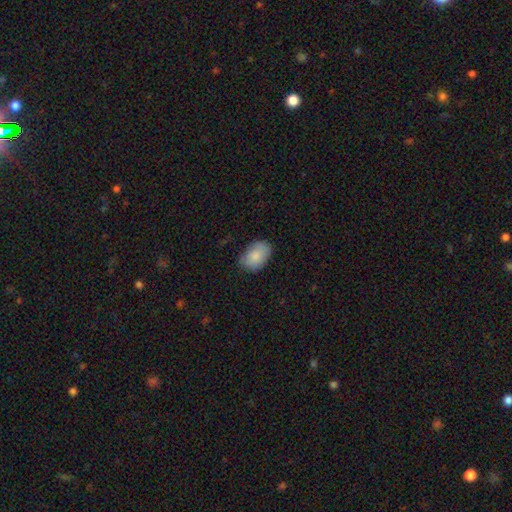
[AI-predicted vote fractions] Smooth or featured: smooth — 84% (featured or disk — 10%)
How rounded: in between — 86% (round — 13%)
Merging: none — 73% (minor disturbance — 21%)